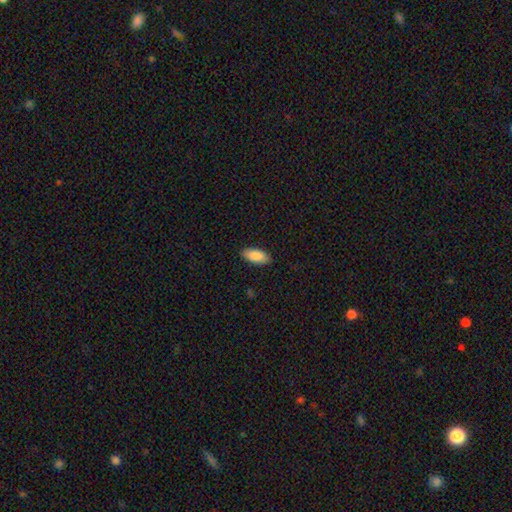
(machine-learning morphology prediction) type=smooth (88%); roundness=in between (88%); merging=none (88%).